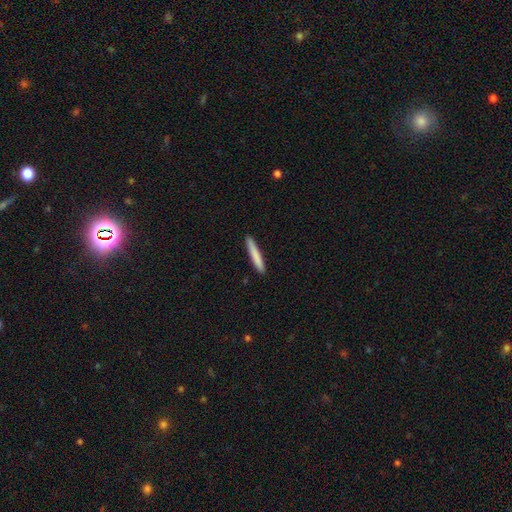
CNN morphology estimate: A smooth galaxy with no disk features (81%) that is cigar-shaped (95%).

Vote fractions:
- Smooth or featured? smooth: 81% / featured or disk: 13% / star or artifact: 5%
- How rounded? cigar-shaped: 95% / in between: 4% / round: 1%
- Merging? none: 91% / minor disturbance: 7% / major disturbance: 1% / merger: 1%